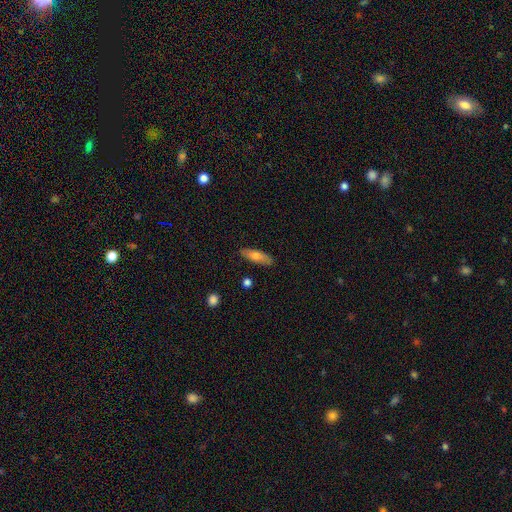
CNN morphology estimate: This appears to be a smooth galaxy with no disk features (69%) that is cigar-shaped (51%). Merging: none (85%).